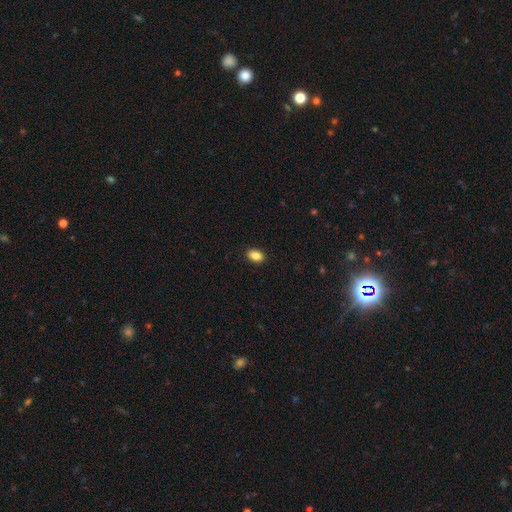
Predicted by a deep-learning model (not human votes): Morphology: type=smooth (87%); roundness=in between (84%); merging=none (90%).